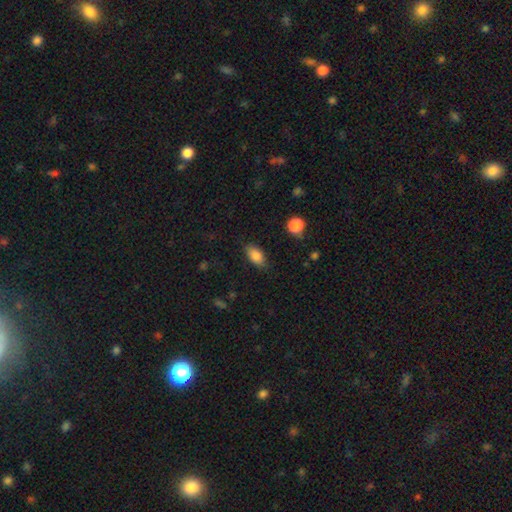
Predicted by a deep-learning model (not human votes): smooth-or-featured: smooth: 86% | star or artifact: 8% | featured or disk: 6%
  how-rounded: in between: 90% | round: 5% | cigar-shaped: 5%
  merging: none: 81% | minor disturbance: 14% | major disturbance: 3% | merger: 1%